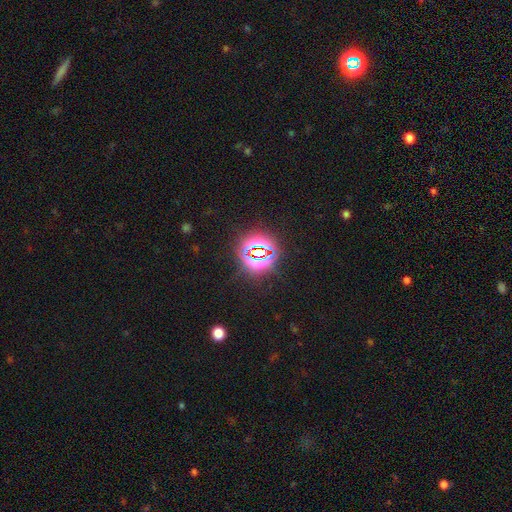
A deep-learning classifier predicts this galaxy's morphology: smooth_or_featured: star or artifact (p=0.76) [alt: smooth p=0.16]